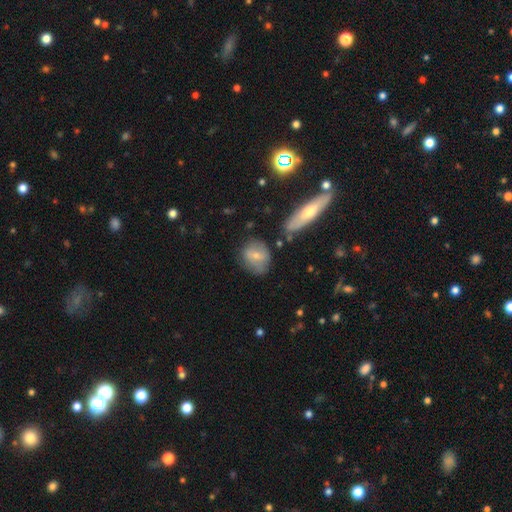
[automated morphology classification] A smooth galaxy with no disk features (60%) that is round (66%).

Vote fractions:
- Smooth or featured? smooth: 60% / featured or disk: 32% / star or artifact: 8%
- How rounded? round: 66% / in between: 32% / cigar-shaped: 2%
- Merging? none: 64% / minor disturbance: 22% / major disturbance: 7% / merger: 7%